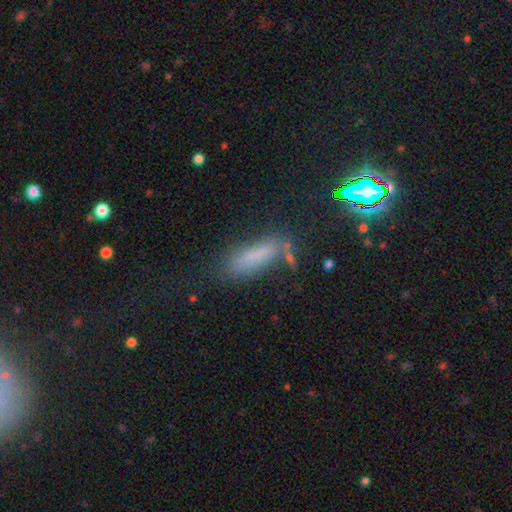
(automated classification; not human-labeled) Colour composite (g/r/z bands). It shows a smooth galaxy with no disk features (68%) that is cigar-shaped (52%). Merging: none (61%).